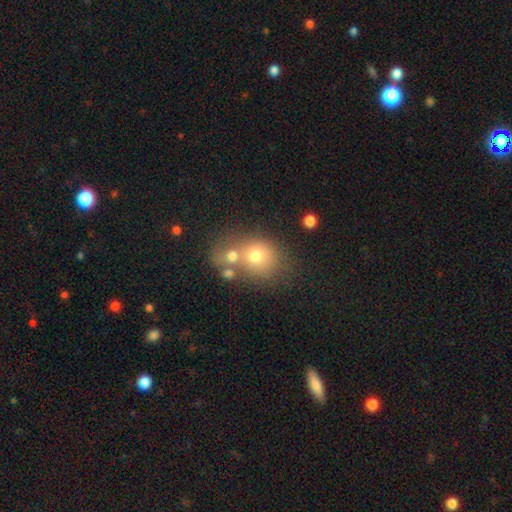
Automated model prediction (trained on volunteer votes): smooth-or-featured: smooth: 67% | featured or disk: 19% | star or artifact: 14%
  how-rounded: round: 67% | in between: 32% | cigar-shaped: 1%
  merging: merger: 48% | none: 37% | minor disturbance: 10% | major disturbance: 6%